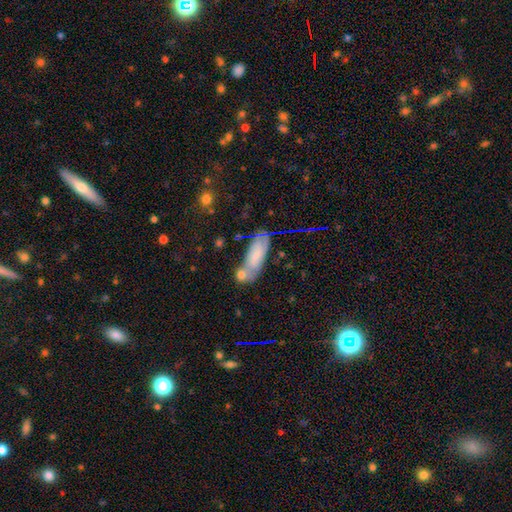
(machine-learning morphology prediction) smooth-or-featured: smooth: 62% | featured or disk: 29% | star or artifact: 9%
  how-rounded: in between: 68% | cigar-shaped: 29% | round: 3%
  merging: none: 45% | merger: 28% | minor disturbance: 19% | major disturbance: 7%